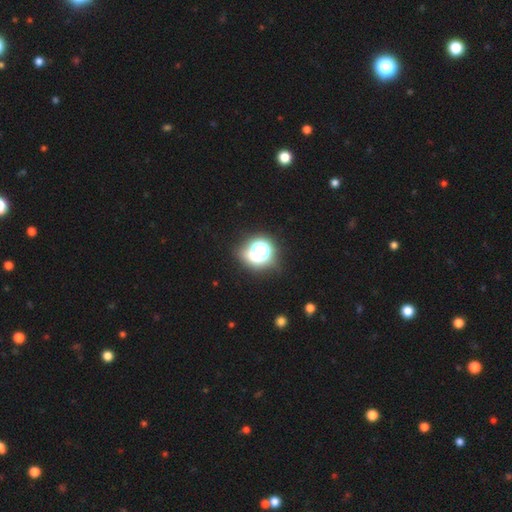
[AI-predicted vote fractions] This is possibly a star or artifact rather than a galaxy (51%).